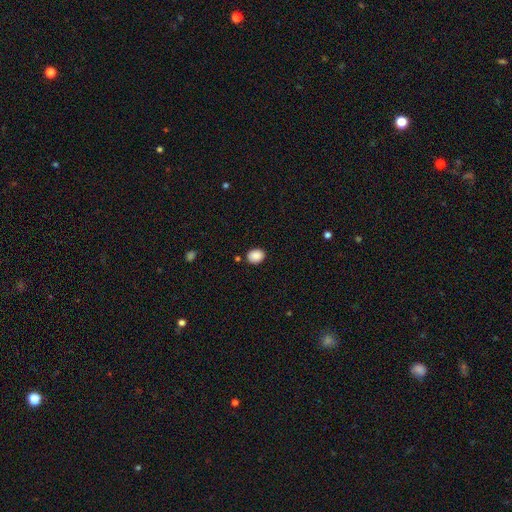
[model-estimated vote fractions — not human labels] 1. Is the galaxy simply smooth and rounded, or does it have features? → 88% smooth, 8% star or artifact, 3% featured or disk.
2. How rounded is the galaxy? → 52% in between, 48% round, 1% cigar-shaped.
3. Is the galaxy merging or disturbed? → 84% none, 11% minor disturbance, 3% merger, 3% major disturbance.